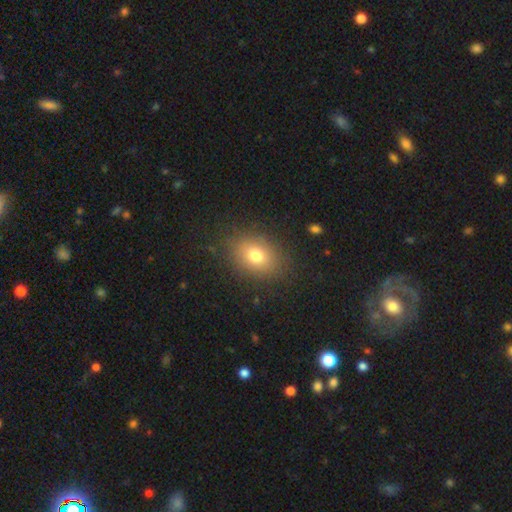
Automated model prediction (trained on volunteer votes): This appears to be a smooth galaxy with no disk features (76%) that is in between round and cigar-shaped (68%). Merging: none (84%).